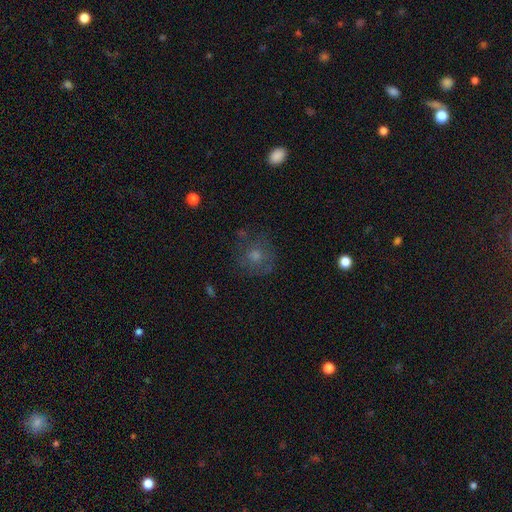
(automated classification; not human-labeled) Q: Smooth or featured?
A: smooth (59%); runner-up: featured or disk (26%)
Q: How rounded?
A: round (87%); runner-up: in between (12%)
Q: Merging?
A: none (71%); runner-up: minor disturbance (16%)